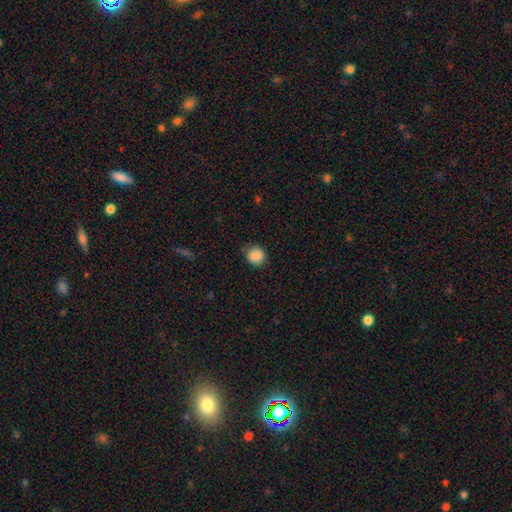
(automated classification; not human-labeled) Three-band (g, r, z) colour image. It shows a smooth galaxy with no disk features (88%) that is round (89%). Merging: none (83%).